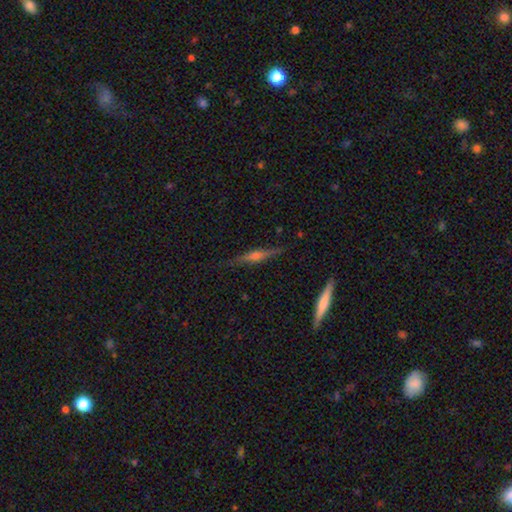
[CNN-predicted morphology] Q: Smooth or featured?
A: featured or disk (68%); runner-up: smooth (25%)
Q: Edge-on disk?
A: yes (97%); runner-up: no (3%)
Q: Edge-on bulge?
A: rounded (78%); runner-up: boxy (13%)
Q: Merging?
A: none (84%); runner-up: minor disturbance (12%)